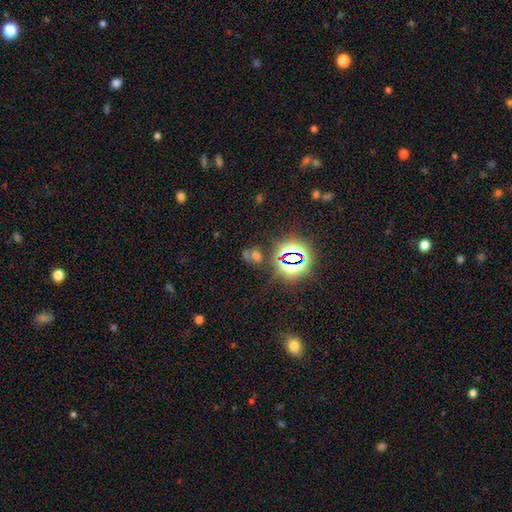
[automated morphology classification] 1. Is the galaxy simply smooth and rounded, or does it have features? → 59% star or artifact, 30% smooth, 11% featured or disk.